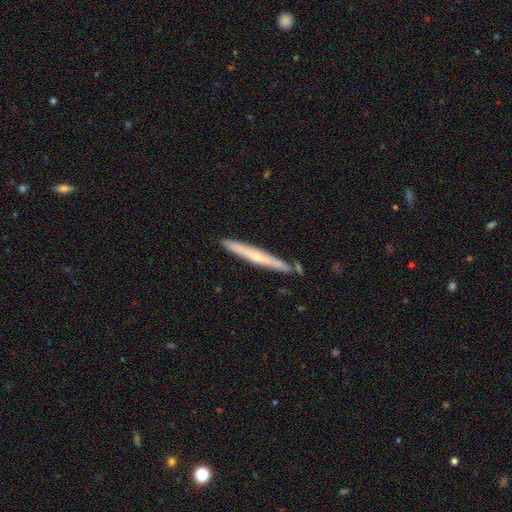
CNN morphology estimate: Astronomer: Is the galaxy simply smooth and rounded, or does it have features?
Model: featured or disk — 52% (runner-up: smooth, 43%).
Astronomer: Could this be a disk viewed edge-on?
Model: yes — 94%.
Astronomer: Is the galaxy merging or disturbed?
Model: none — 85%.